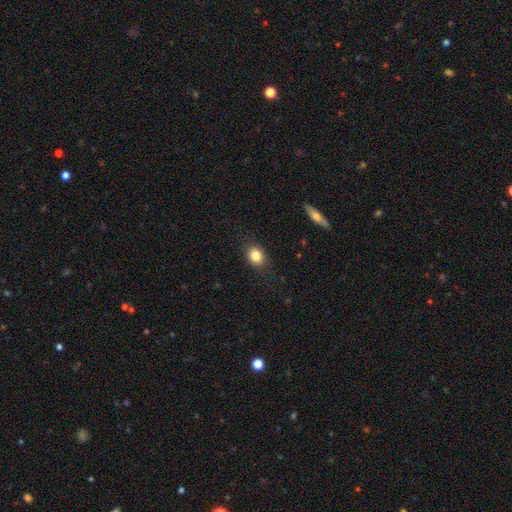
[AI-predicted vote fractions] This appears to be a smooth galaxy with no disk features (83%) that is round (52%). Merging: none (85%).